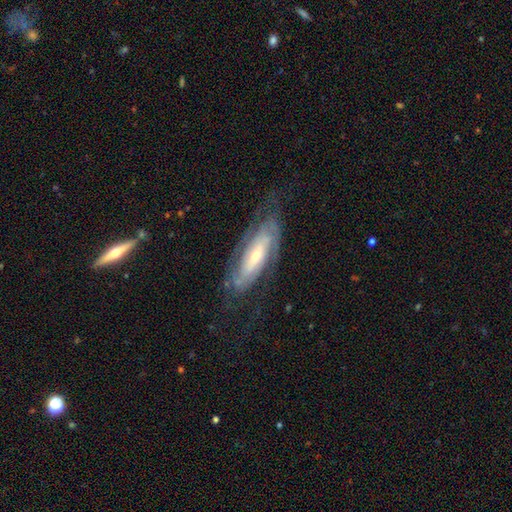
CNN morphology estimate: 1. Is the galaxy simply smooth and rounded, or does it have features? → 80% featured or disk, 14% smooth, 6% star or artifact.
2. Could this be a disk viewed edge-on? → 86% no, 14% yes.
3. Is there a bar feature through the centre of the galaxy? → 45% no, 31% weak, 23% strong.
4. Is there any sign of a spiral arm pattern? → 90% yes, 10% no.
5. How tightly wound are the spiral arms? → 56% tight, 32% medium, 12% loose.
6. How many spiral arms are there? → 47% 2, 34% can't tell, 8% 3, 4% 4, 4% 1, 3% more than 4.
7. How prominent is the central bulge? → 56% small, 37% moderate, 4% large, 2% none, 1% dominant.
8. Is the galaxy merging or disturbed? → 70% none, 18% minor disturbance, 11% major disturbance, 1% merger.